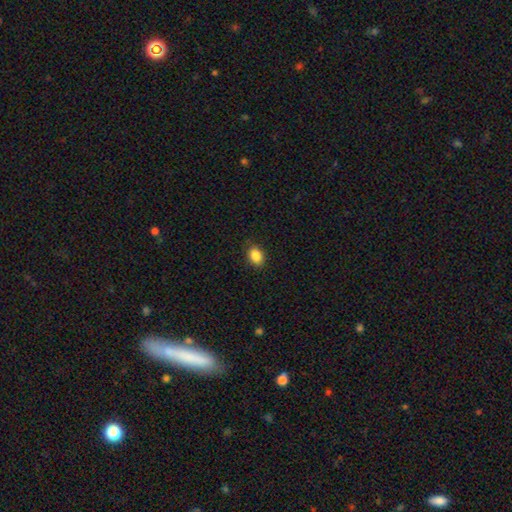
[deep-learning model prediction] Morphology: type=smooth (86%); roundness=in between (72%); merging=none (88%).